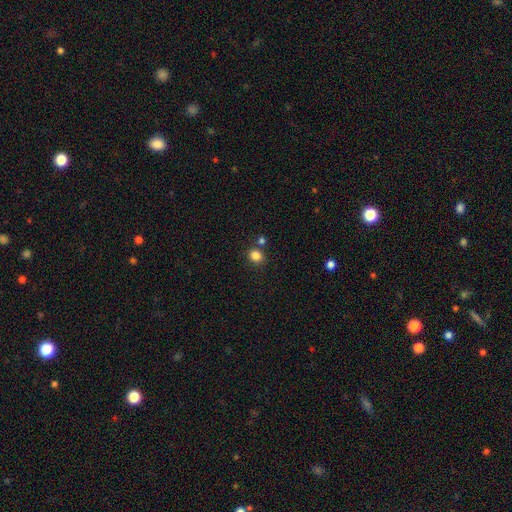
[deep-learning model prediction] Q: Smooth or featured?
A: smooth (84%); runner-up: star or artifact (12%)
Q: How rounded?
A: round (75%); runner-up: in between (24%)
Q: Merging?
A: none (78%); runner-up: merger (10%)